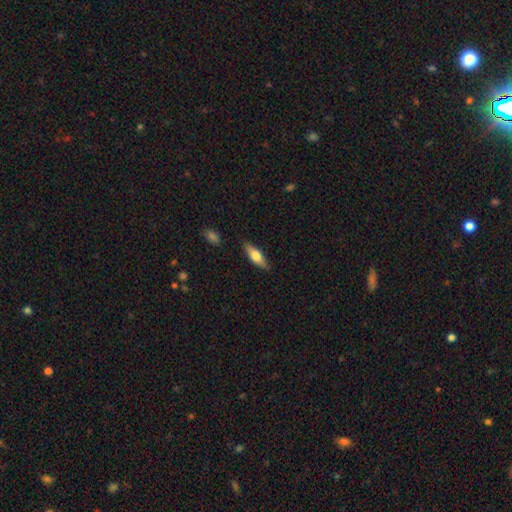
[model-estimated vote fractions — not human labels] A smooth galaxy with no disk features (61%) that is in between round and cigar-shaped (52%). Merging: none (86%).